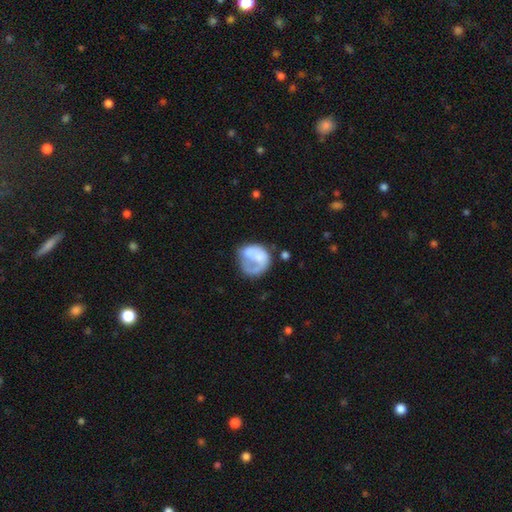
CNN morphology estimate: This appears to be a smooth galaxy with no disk features (48%). Merging: none (34%).